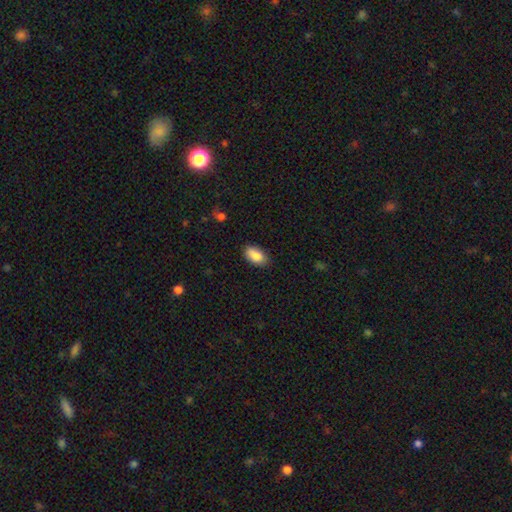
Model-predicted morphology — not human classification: The model was most divided on "merging": none: 83%, minor disturbance: 14%, major disturbance: 2%, merger: 1%. More confident: how rounded — in between (93%); smooth or featured — smooth (87%).